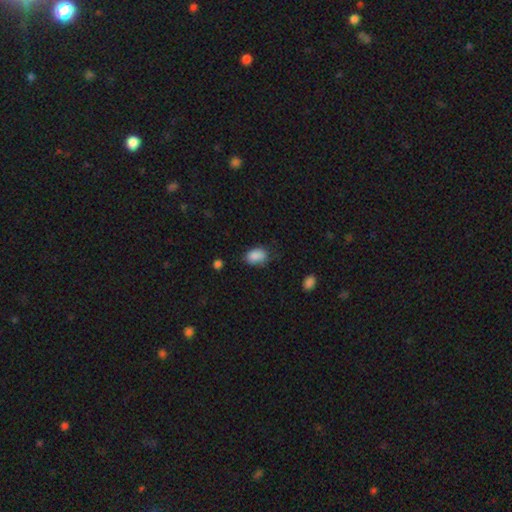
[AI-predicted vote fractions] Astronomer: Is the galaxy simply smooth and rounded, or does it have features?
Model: smooth — 87%.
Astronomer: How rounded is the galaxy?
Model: in between — 81%.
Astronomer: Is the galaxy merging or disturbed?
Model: none — 67%.